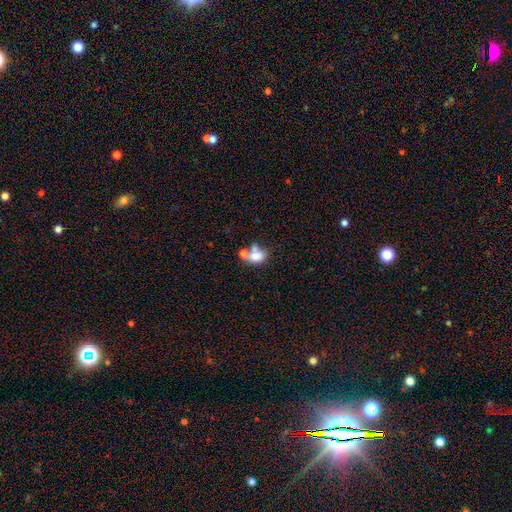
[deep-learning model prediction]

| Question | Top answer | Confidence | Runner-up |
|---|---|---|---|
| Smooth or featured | smooth | 71% | featured or disk (18%) |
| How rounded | in between | 72% | round (26%) |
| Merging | merger | 53% | none (26%) |